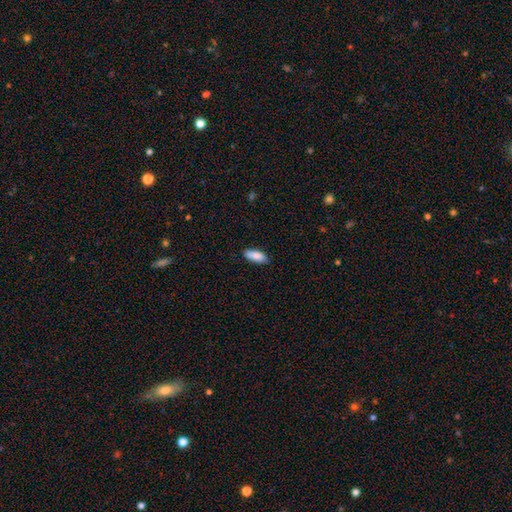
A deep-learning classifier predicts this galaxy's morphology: Smooth or featured? Predicted: smooth (p=0.87). How rounded? Predicted: in between (p=0.75). Merging? Predicted: none (p=0.85).